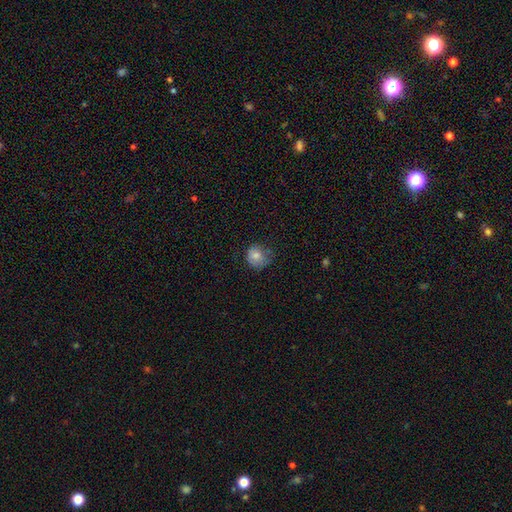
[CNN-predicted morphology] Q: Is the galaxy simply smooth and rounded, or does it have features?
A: smooth — 77%.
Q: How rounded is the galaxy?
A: round — 80%.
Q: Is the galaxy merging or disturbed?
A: none — 57%.